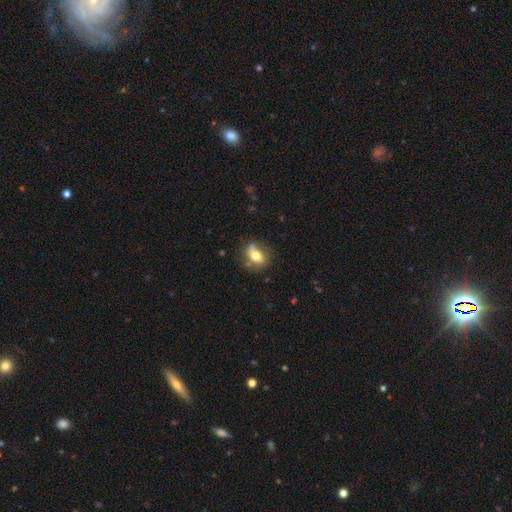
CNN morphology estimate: smooth-or-featured: smooth: 58% | featured or disk: 34% | star or artifact: 9%
  how-rounded: in between: 61% | round: 36% | cigar-shaped: 3%
  merging: none: 59% | minor disturbance: 25% | major disturbance: 11% | merger: 5%